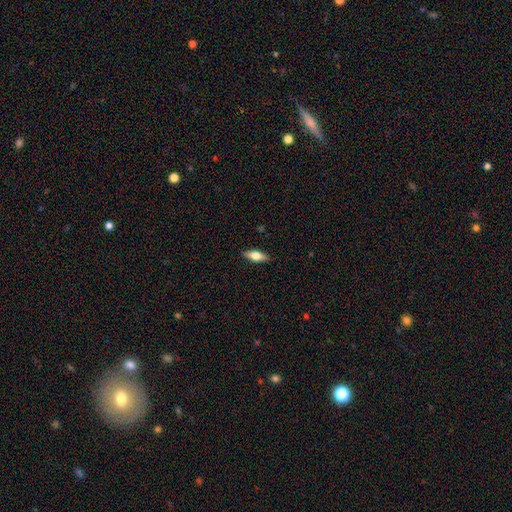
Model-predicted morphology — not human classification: Q: Smooth or featured?
A: smooth (57%); runner-up: featured or disk (36%)
Q: How rounded?
A: in between (68%); runner-up: cigar-shaped (29%)
Q: Merging?
A: none (88%); runner-up: minor disturbance (9%)